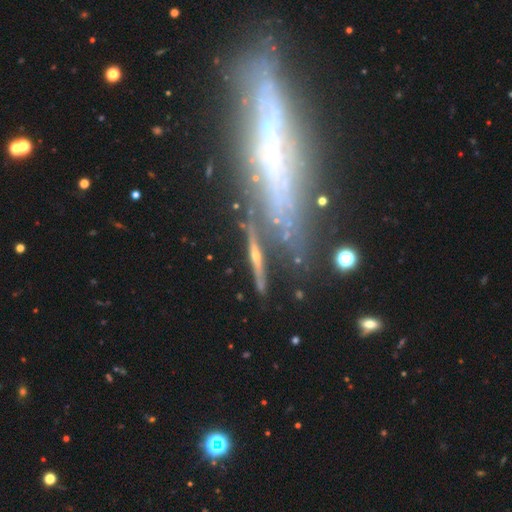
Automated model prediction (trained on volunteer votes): This appears to be a featured or disk galaxy (63%) viewed edge-on (76%). Merging: none (68%).